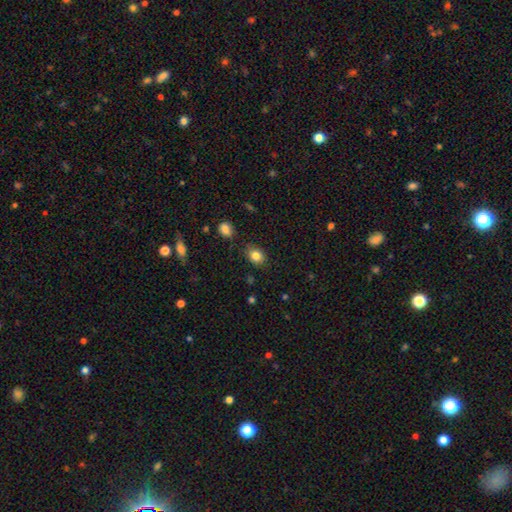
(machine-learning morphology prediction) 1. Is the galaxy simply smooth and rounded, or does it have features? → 83% smooth, 10% star or artifact, 6% featured or disk.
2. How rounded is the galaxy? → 55% in between, 44% round, 1% cigar-shaped.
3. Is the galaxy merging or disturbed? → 80% none, 15% minor disturbance, 3% major disturbance, 2% merger.